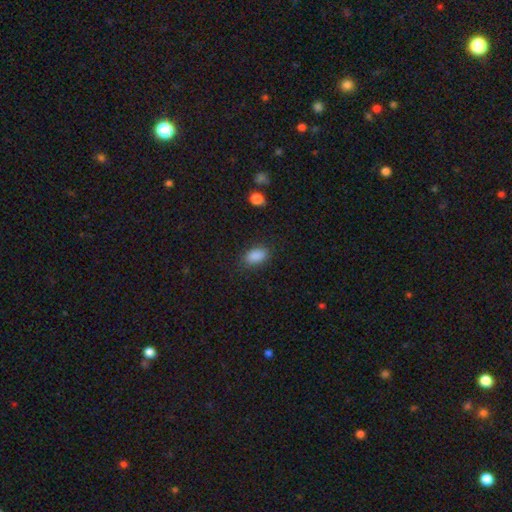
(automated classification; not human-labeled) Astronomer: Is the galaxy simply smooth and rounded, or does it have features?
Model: smooth — 87%.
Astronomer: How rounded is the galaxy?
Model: in between — 89%.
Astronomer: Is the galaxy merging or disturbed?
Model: none — 82%.